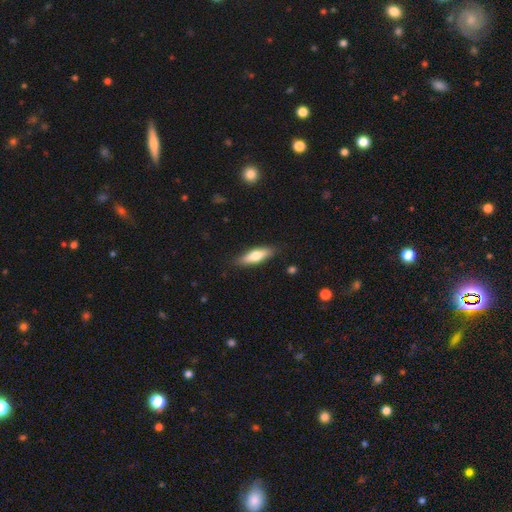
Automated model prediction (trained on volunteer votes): smooth 66%, featured or disk 29%, star or artifact 6%. Down the decision tree: how rounded — cigar-shaped (56%); merging — none (86%).